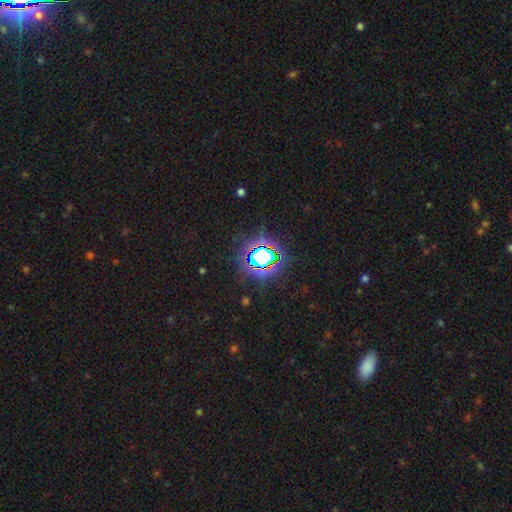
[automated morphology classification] type=star or artifact (80%).